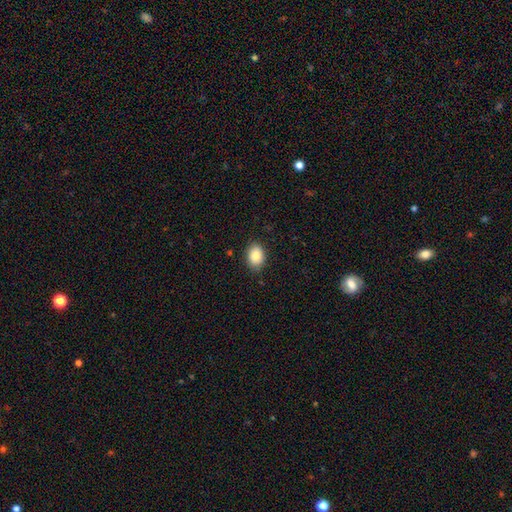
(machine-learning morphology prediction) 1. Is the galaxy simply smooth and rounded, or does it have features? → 87% smooth, 8% star or artifact, 5% featured or disk.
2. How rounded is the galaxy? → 76% in between, 23% round, 1% cigar-shaped.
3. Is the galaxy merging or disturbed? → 85% none, 11% minor disturbance, 2% major disturbance, 1% merger.